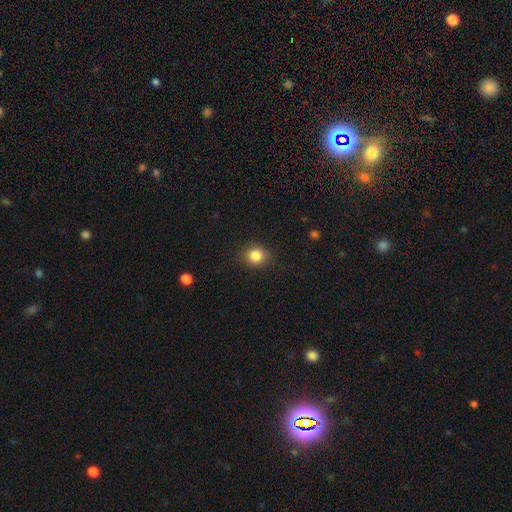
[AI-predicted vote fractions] Smooth or featured? smooth (85%)
How rounded? round (78%)
Merging? none (87%)